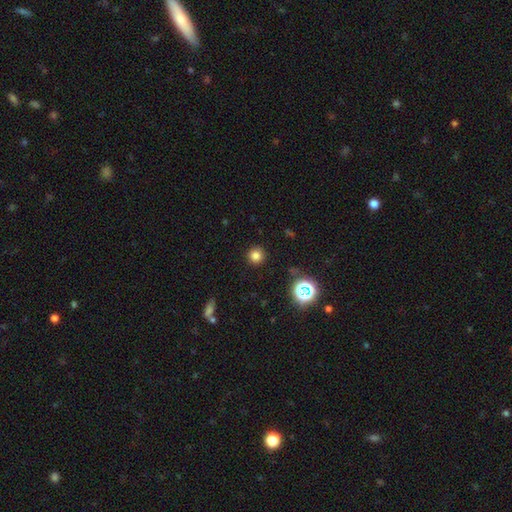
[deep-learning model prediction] A smooth galaxy with no disk features (79%) that is round (94%). Merging: none (90%).